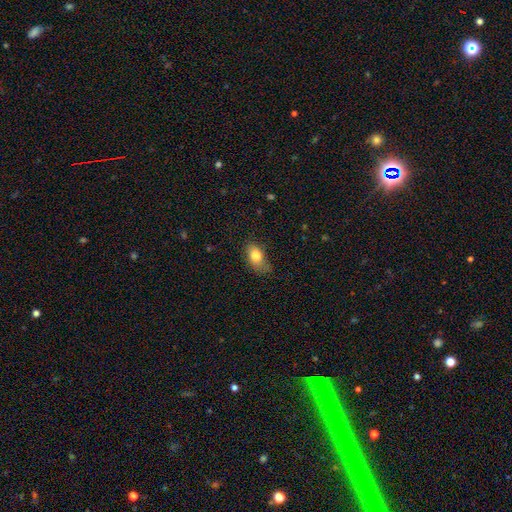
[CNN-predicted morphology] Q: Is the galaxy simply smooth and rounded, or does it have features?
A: smooth — 80%.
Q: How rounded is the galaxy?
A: in between — 87%.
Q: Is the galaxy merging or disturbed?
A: none — 53%.